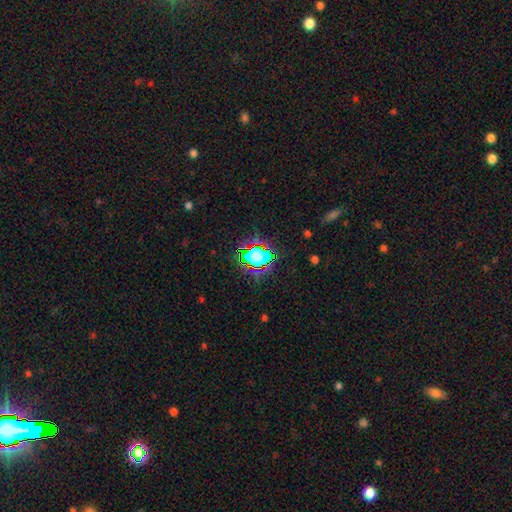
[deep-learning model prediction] Overall: star or artifact (55%; smooth 33%).